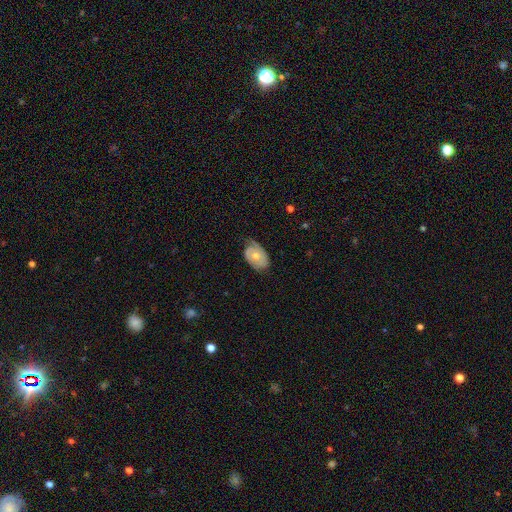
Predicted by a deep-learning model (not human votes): This is possibly a featured or disk galaxy (57%). It is clearly not viewed edge-on (94%). Bar: clearly no (80%). Spiral arm pattern: likely yes (75%). Central bulge: likely moderate (61%). Merging: possibly none (57%).